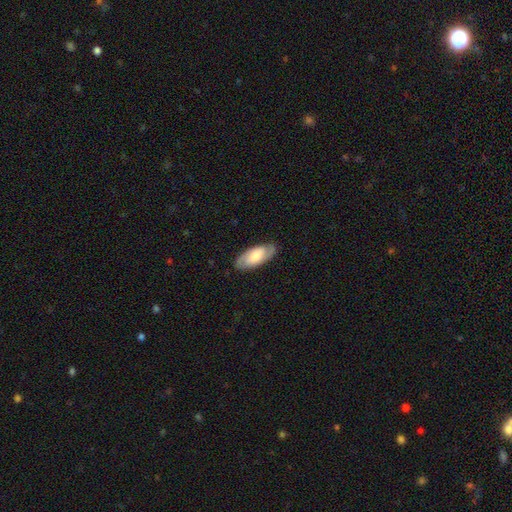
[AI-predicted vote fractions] smooth-or-featured: smooth: 53% | featured or disk: 41% | star or artifact: 6%
  how-rounded: in between: 85% | cigar-shaped: 13% | round: 2%
  merging: none: 83% | minor disturbance: 13% | major disturbance: 3% | merger: 1%